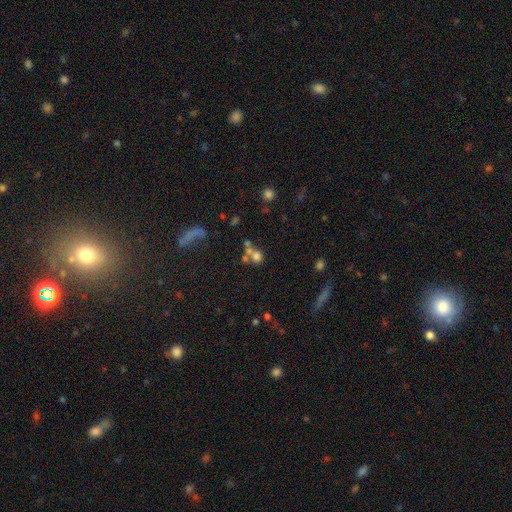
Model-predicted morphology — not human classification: type=smooth (64%); roundness=round (78%); merging=merger (44%).